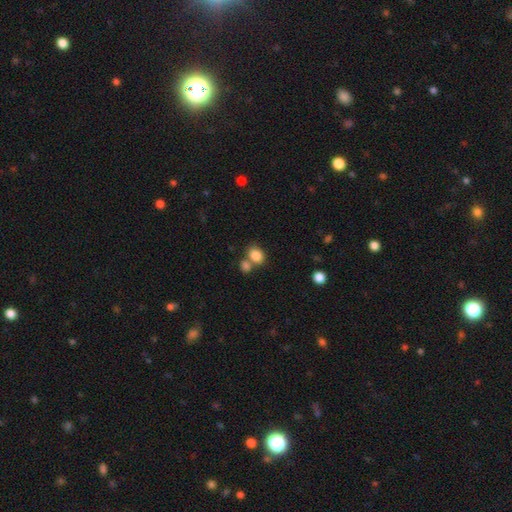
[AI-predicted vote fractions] Morphology: type=smooth (84%); roundness=in between (58%); merging=none (48%).